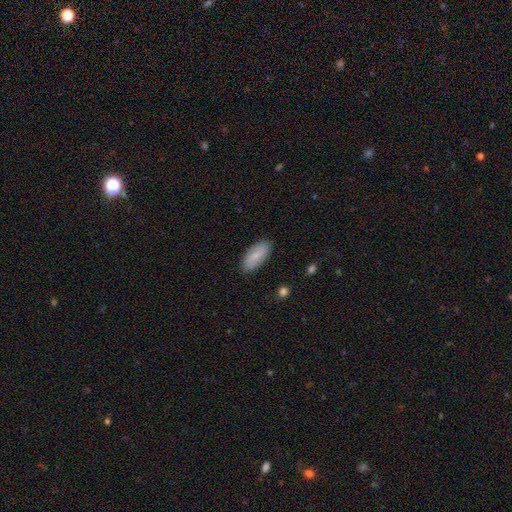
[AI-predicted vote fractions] This appears to be a smooth galaxy with no disk features (75%) that is in between round and cigar-shaped (86%). Merging: none (86%).